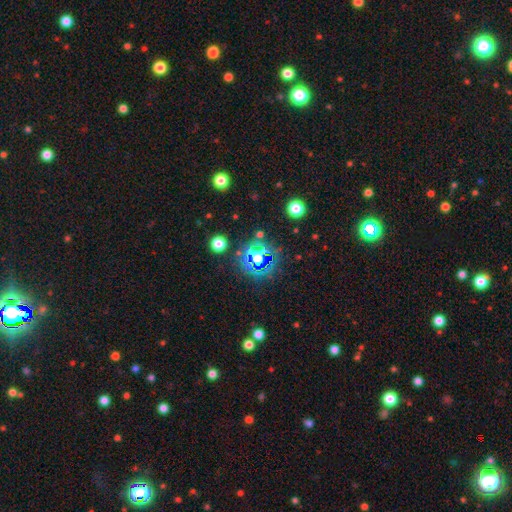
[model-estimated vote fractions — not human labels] Smooth or featured? Predicted: star or artifact (p=0.54).